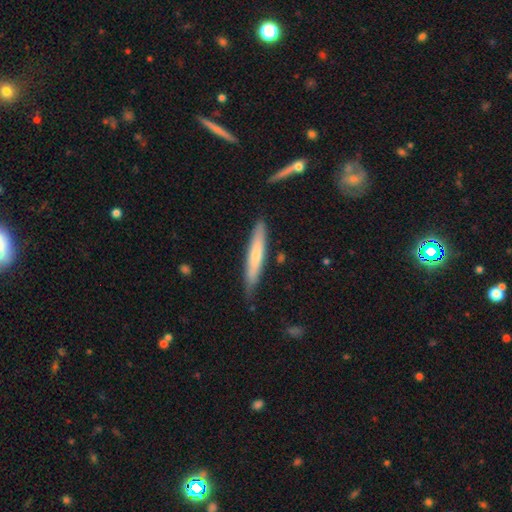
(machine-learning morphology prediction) A smooth galaxy with no disk features (63%) that is cigar-shaped (92%). Merging: none (80%).